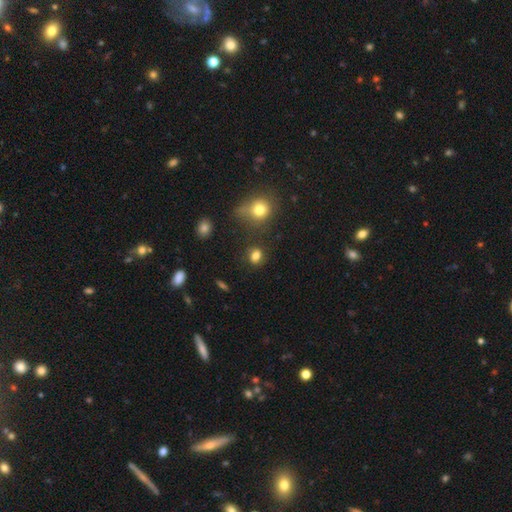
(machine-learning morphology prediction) type=smooth (81%); roundness=round (56%); merging=none (75%).